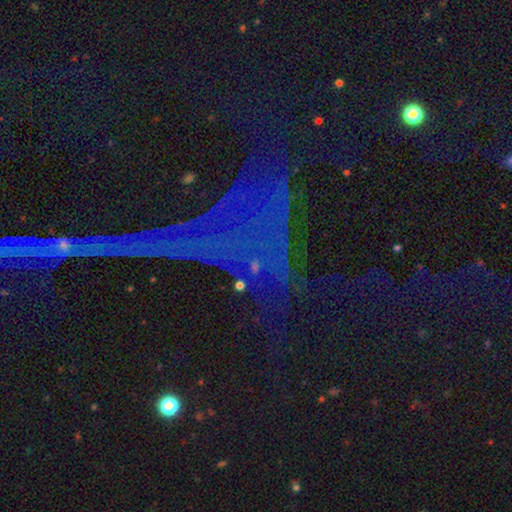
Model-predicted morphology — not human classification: star or artifact 78%, featured or disk 11%, smooth 11%.